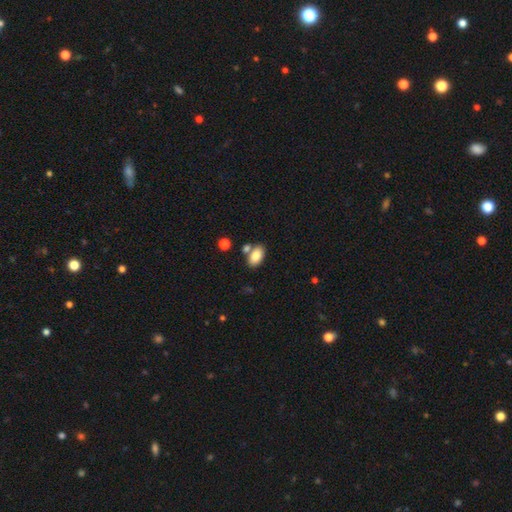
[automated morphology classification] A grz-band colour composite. It shows a smooth galaxy with no disk features (83%) that is in between round and cigar-shaped (92%). Merging: none (68%).